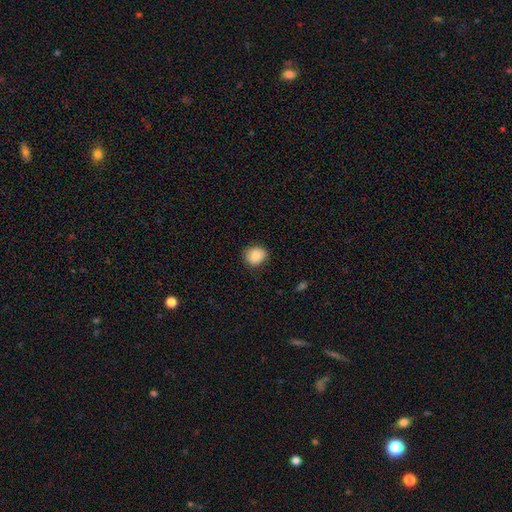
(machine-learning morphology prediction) smooth-or-featured: smooth: 86% | star or artifact: 8% | featured or disk: 5%
  how-rounded: round: 75% | in between: 25% | cigar-shaped: 1%
  merging: none: 83% | minor disturbance: 13% | major disturbance: 3% | merger: 1%